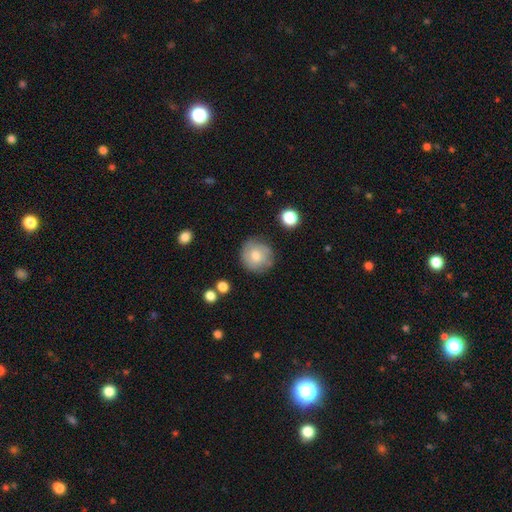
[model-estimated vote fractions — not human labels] Smooth or featured?
  - smooth: 61% *
  - featured or disk: 30%
  - star or artifact: 8%
How rounded?
  - round: 91% *
  - in between: 8%
  - cigar-shaped: 1%
Merging?
  - none: 76% *
  - minor disturbance: 17%
  - major disturbance: 5%
  - merger: 2%